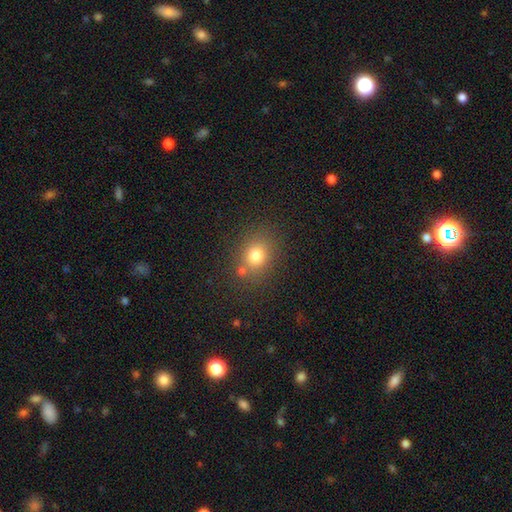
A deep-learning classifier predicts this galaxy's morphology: This is likely a smooth galaxy (78%). How rounded: likely round (64%). Merging: likely none (74%).